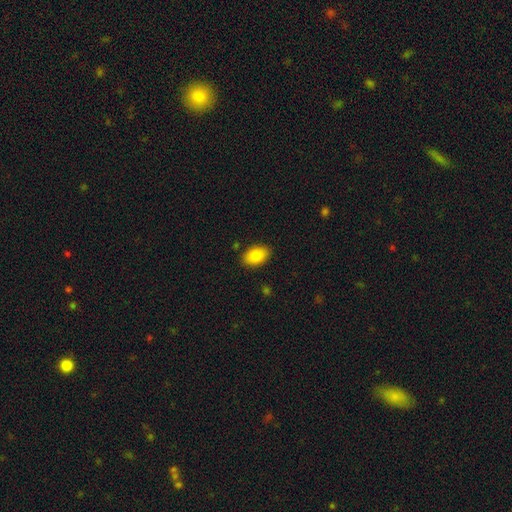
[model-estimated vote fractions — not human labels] smooth 84%, featured or disk 9%, star or artifact 7%. Down the decision tree: how rounded — in between (88%); merging — none (87%).